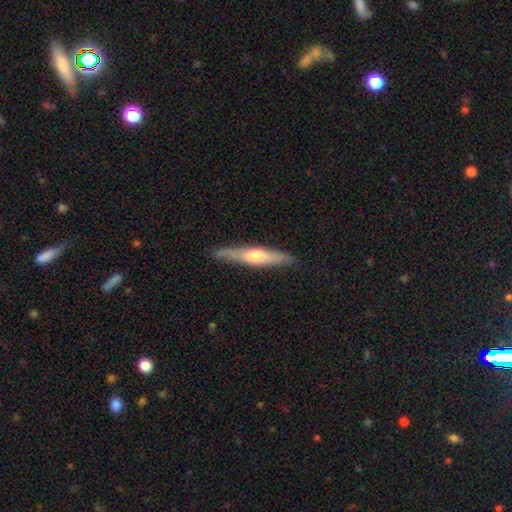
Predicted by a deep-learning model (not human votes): Smooth or featured? Predicted: featured or disk (p=0.56). Edge-on disk? Predicted: yes (p=0.94). Edge-on bulge? Predicted: rounded (p=0.78). Merging? Predicted: none (p=0.87).